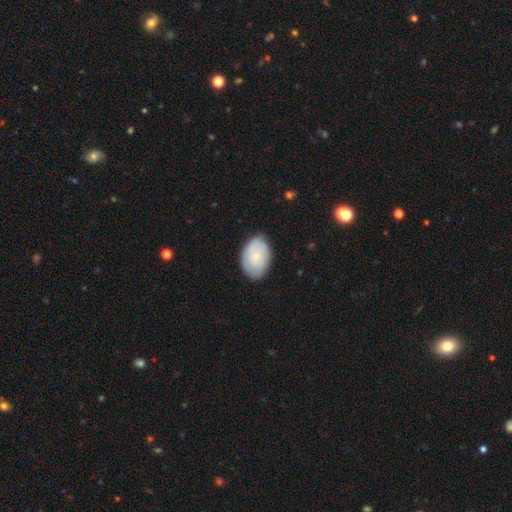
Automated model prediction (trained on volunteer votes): smooth_or_featured: smooth (p=0.74) [alt: featured or disk p=0.20]
how_rounded: in between (p=0.88) [alt: round p=0.11]
merging: none (p=0.80) [alt: minor disturbance p=0.16]